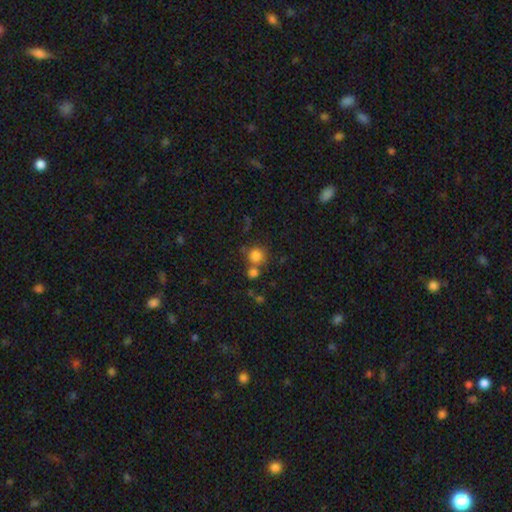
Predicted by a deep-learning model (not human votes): Morphology: type=smooth (81%); roundness=round (89%); merging=none (58%).